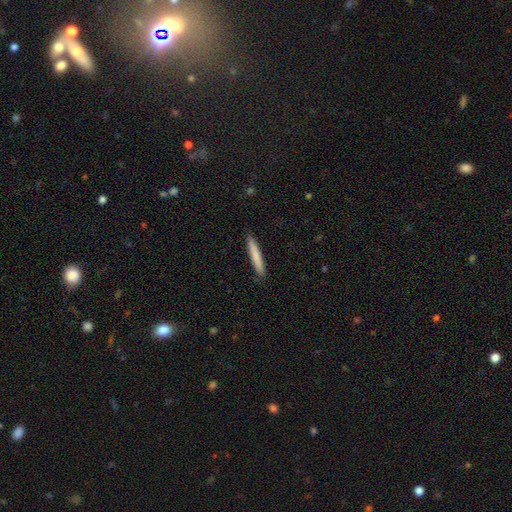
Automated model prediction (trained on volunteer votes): Overall: smooth (79%). How rounded: cigar-shaped (95%). Merging: none (90%).